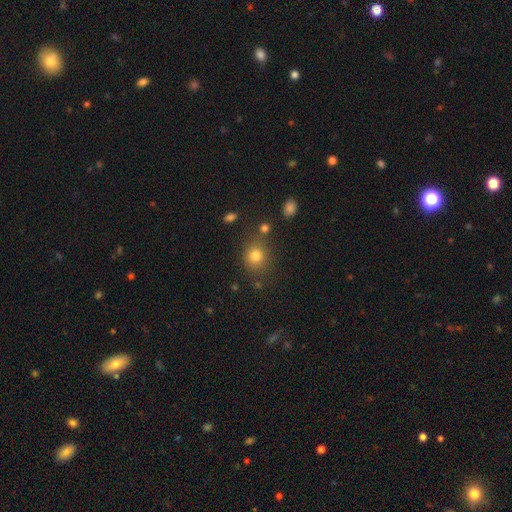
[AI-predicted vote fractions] Smooth or featured? Predicted: smooth (p=0.79). How rounded? Predicted: round (p=0.80). Merging? Predicted: none (p=0.76).